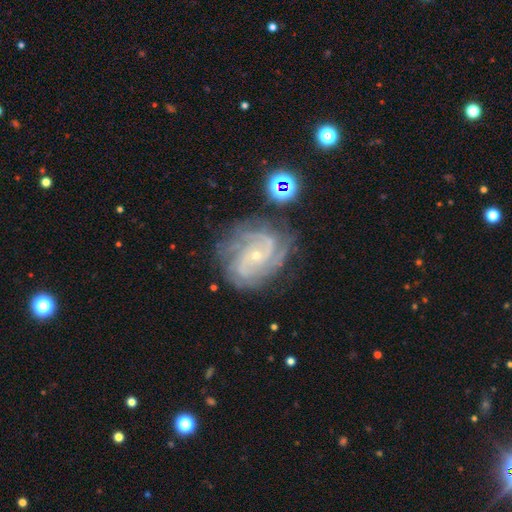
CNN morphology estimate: smooth_or_featured: featured or disk (p=0.88) [alt: star or artifact p=0.07]
disk_edge_on: no (p=0.97) [alt: yes p=0.03]
bar: no (p=0.68) [alt: weak p=0.25]
has_spiral_arms: yes (p=0.98) [alt: no p=0.02]
spiral_winding: tight (p=0.58) [alt: medium p=0.36]
spiral_arm_count: 3 (p=0.29) [alt: 2 p=0.23]
bulge_size: small (p=0.83) [alt: moderate p=0.14]
merging: none (p=0.70) [alt: minor disturbance p=0.19]